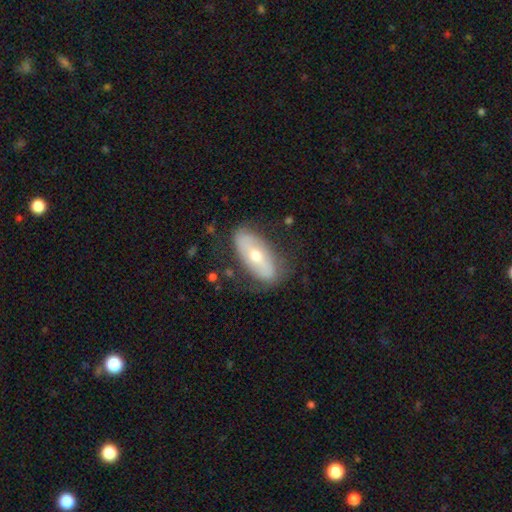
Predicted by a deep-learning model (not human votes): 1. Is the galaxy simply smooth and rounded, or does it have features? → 48% featured or disk, 45% smooth, 6% star or artifact.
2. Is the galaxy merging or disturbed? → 74% none, 18% minor disturbance, 6% major disturbance, 2% merger.